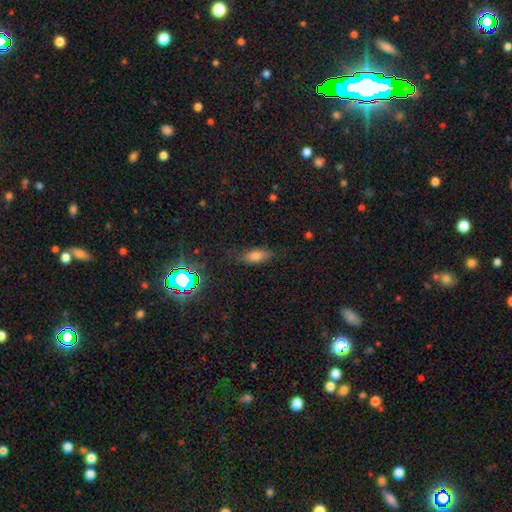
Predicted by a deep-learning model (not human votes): Smooth or featured? Predicted: smooth (p=0.72). How rounded? Predicted: in between (p=0.75). Merging? Predicted: none (p=0.79).